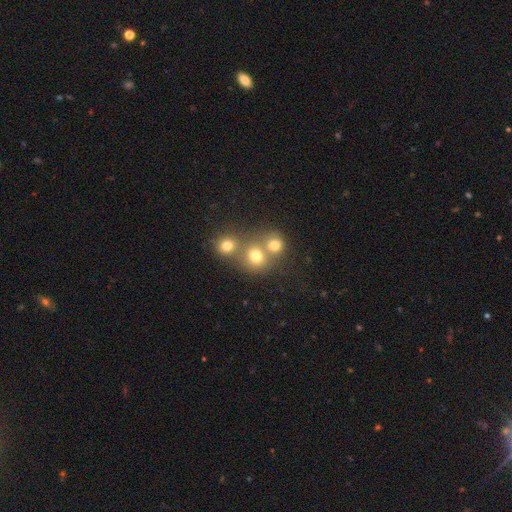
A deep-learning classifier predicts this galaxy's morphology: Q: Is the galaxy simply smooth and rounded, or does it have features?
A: smooth — 74%.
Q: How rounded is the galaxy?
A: round — 84%.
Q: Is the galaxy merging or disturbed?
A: none — 51%.